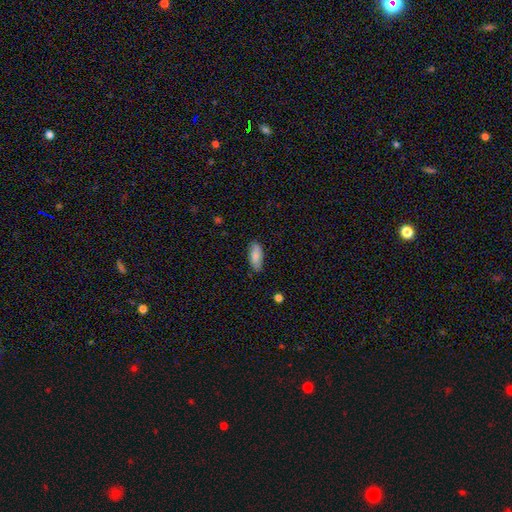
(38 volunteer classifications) smooth-or-featured: smooth: 87% | star or artifact: 8% | featured or disk: 5%
  how-rounded: in between: 85% | cigar-shaped: 12% | round: 3%
  merging: none: 86% | minor disturbance: 9% | major disturbance: 3% | merger: 3%